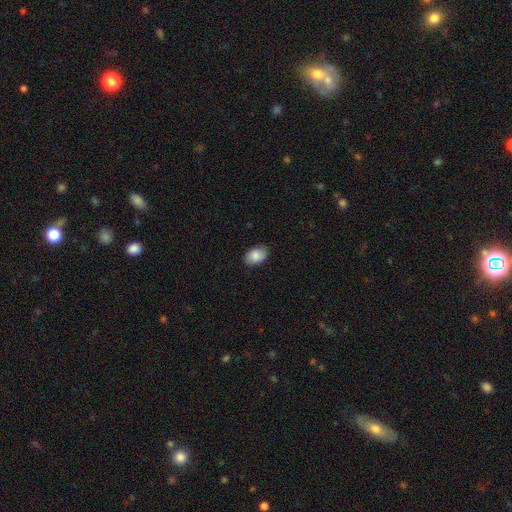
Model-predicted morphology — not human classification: This appears to be a smooth galaxy with no disk features (85%) that is in between round and cigar-shaped (88%). Merging: none (84%).